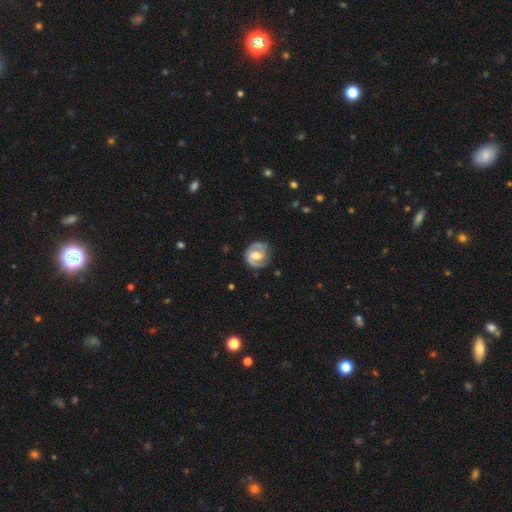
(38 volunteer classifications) Q: Smooth or featured?
A: featured or disk (84%); runner-up: smooth (16%)
Q: Edge-on disk?
A: no (100%)
Q: Bar?
A: weak (62%); runner-up: no (22%)
Q: Spiral arms?
A: yes (97%); runner-up: no (3%)
Q: Spiral winding?
A: medium (55%); runner-up: tight (35%)
Q: Spiral arm count?
A: 2 (94%); runner-up: 1 (3%)
Q: Bulge size?
A: moderate (75%); runner-up: small (16%)
Q: Merging?
A: none (89%); runner-up: minor disturbance (11%)